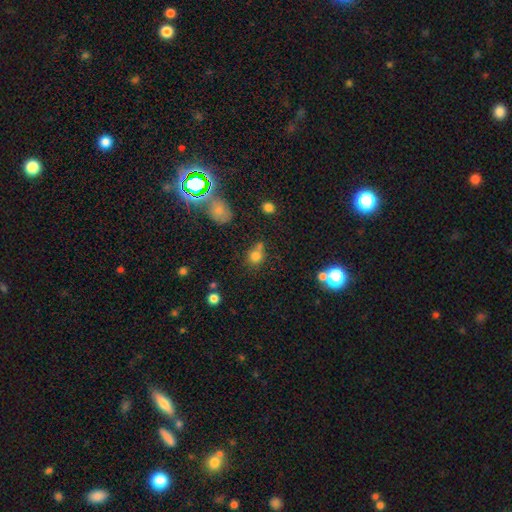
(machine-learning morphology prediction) smooth_or_featured: smooth (p=0.76) [alt: star or artifact p=0.16]
how_rounded: round (p=0.73) [alt: in between p=0.25]
merging: none (p=0.53) [alt: merger p=0.25]